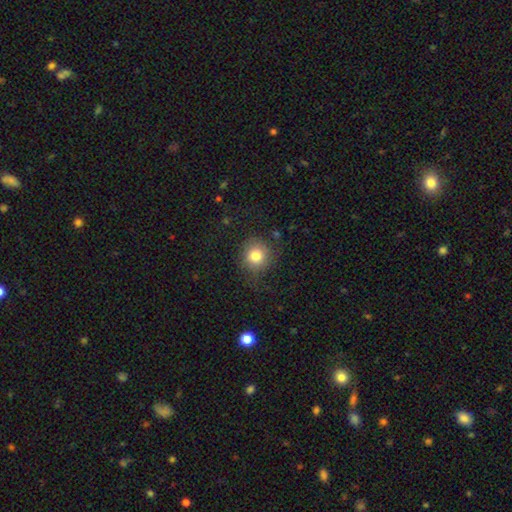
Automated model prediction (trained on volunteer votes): This is likely a smooth galaxy (79%). How rounded: clearly round (87%). Merging: likely none (74%).